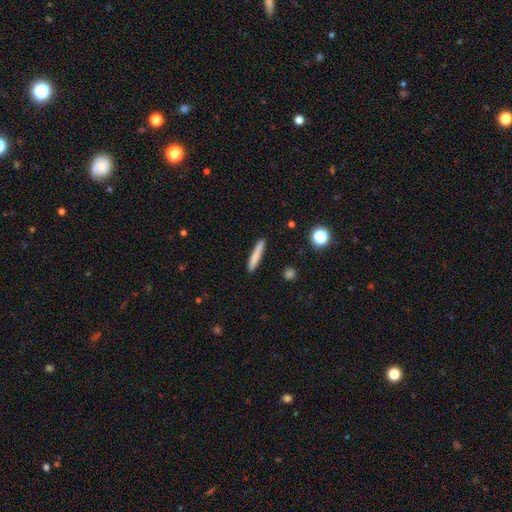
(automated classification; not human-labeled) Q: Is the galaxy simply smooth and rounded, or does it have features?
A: smooth — 78%.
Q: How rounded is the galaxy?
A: cigar-shaped — 94%.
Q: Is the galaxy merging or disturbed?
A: none — 90%.